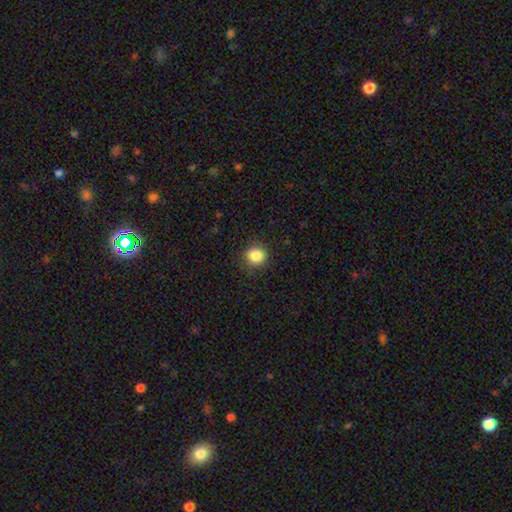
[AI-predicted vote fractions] A smooth galaxy with no disk features (86%) that is round (90%). Merging: none (86%).